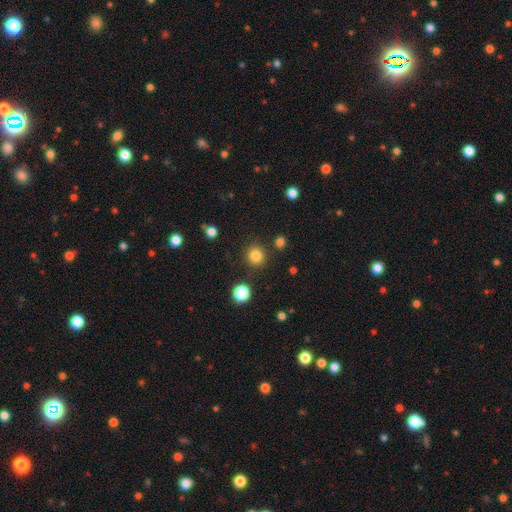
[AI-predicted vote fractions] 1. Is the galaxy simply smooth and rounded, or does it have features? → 84% smooth, 12% star or artifact, 4% featured or disk.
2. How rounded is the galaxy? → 93% round, 6% in between, 1% cigar-shaped.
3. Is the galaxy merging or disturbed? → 89% none, 6% minor disturbance, 3% merger, 2% major disturbance.